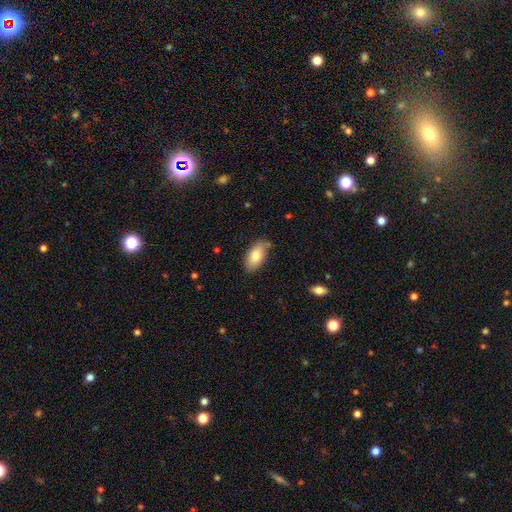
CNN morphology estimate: A smooth galaxy with no disk features (78%) that is in between round and cigar-shaped (93%).

Vote fractions:
- Smooth or featured? smooth: 78% / featured or disk: 15% / star or artifact: 7%
- How rounded? in between: 93% / round: 3% / cigar-shaped: 3%
- Merging? none: 79% / minor disturbance: 16% / major disturbance: 3% / merger: 2%